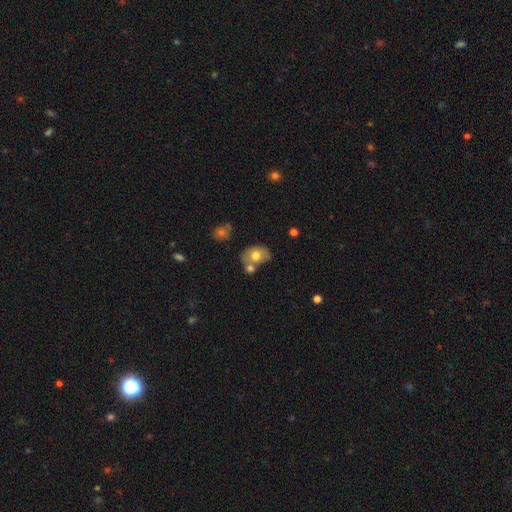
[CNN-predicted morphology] Smooth or featured? smooth (68%)
How rounded? in between (65%)
Merging? none (45%)